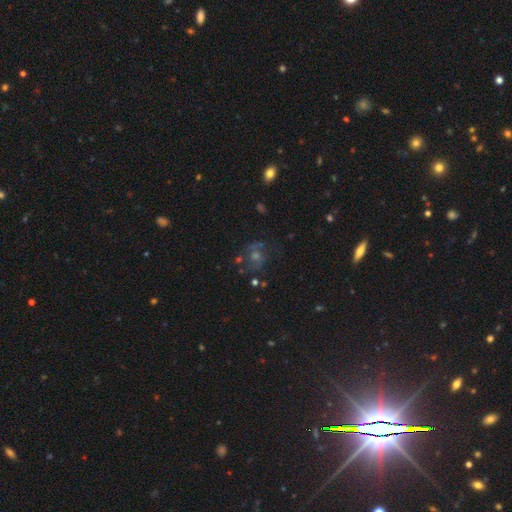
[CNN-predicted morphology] A featured or disk galaxy (46%).

Vote fractions:
- Smooth or featured? featured or disk: 46% / star or artifact: 31% / smooth: 23%
- Merging? none: 70% / minor disturbance: 15% / major disturbance: 11% / merger: 4%